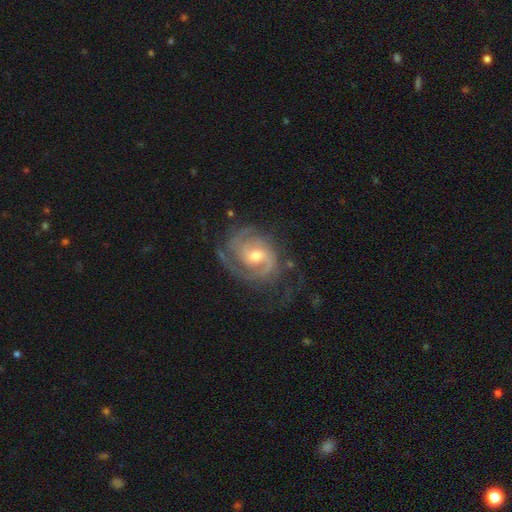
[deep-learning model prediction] Morphology: type=featured or disk (90%); edge-on=no (98%); bar=no (54%); spiral arms=yes (97%); winding=tight (53%); arm count=2 (50%); bulge=moderate (61%); merging=none (63%).